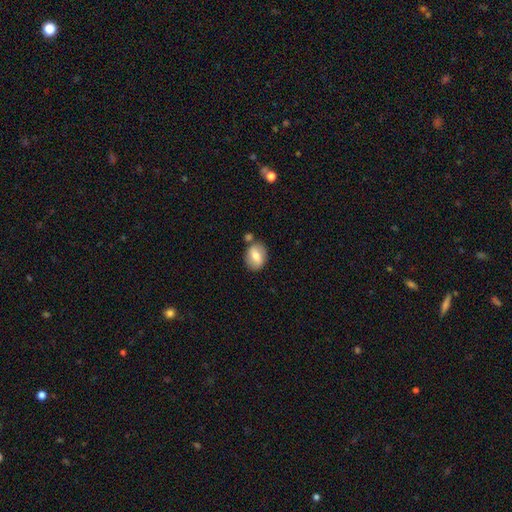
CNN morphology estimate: A smooth galaxy with no disk features (70%) that is in between round and cigar-shaped (65%). Merging: none (69%).